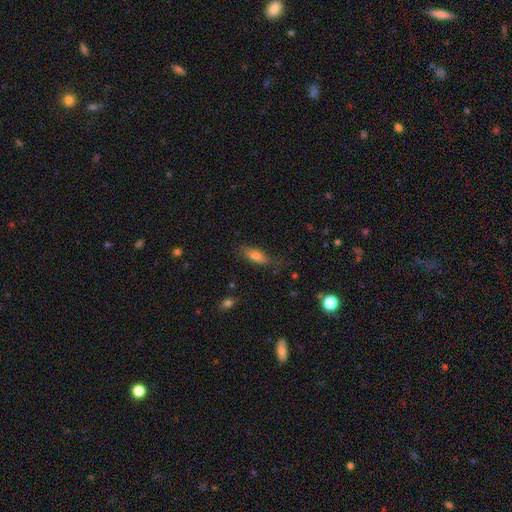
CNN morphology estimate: This is likely a smooth galaxy (69%). How rounded: likely in between (61%). Merging: likely none (66%).